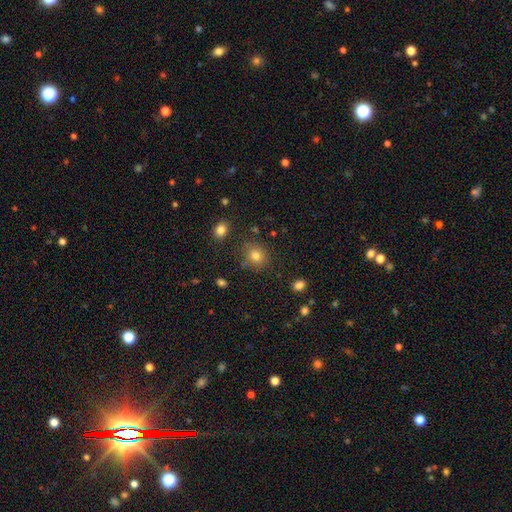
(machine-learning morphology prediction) A smooth galaxy with no disk features (80%) that is round (76%).

Vote fractions:
- Smooth or featured? smooth: 80% / star or artifact: 13% / featured or disk: 7%
- How rounded? round: 76% / in between: 23% / cigar-shaped: 1%
- Merging? none: 82% / minor disturbance: 11% / merger: 4% / major disturbance: 3%